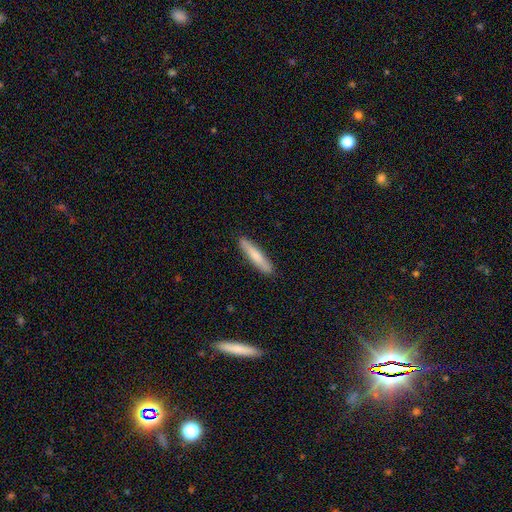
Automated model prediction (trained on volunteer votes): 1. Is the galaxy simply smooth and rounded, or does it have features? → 77% smooth, 18% featured or disk, 5% star or artifact.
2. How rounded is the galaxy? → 89% cigar-shaped, 10% in between, 1% round.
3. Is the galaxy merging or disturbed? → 89% none, 8% minor disturbance, 2% major disturbance, 1% merger.